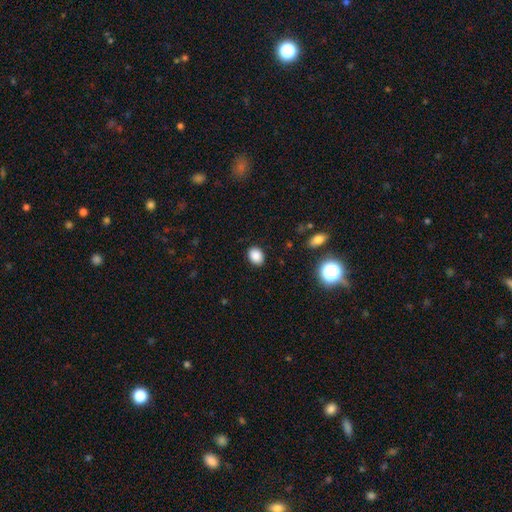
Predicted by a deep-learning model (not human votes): A smooth galaxy with no disk features (87%) that is in between round and cigar-shaped (55%).

Vote fractions:
- Smooth or featured? smooth: 87% / star or artifact: 10% / featured or disk: 3%
- How rounded? in between: 55% / round: 44% / cigar-shaped: 1%
- Merging? none: 88% / minor disturbance: 9% / major disturbance: 2% / merger: 1%